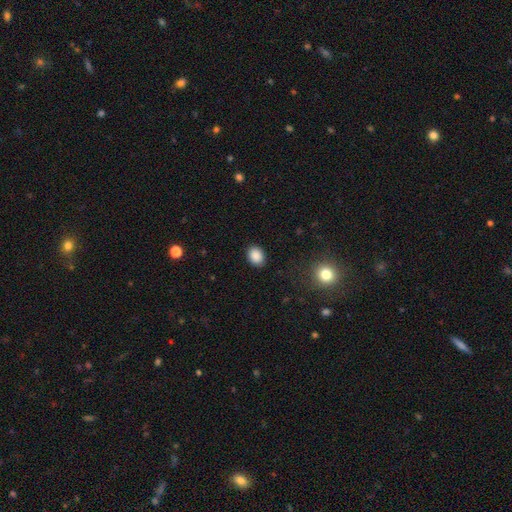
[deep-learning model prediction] A smooth galaxy with no disk features (88%) that is in between round and cigar-shaped (66%).

Vote fractions:
- Smooth or featured? smooth: 88% / star or artifact: 9% / featured or disk: 3%
- How rounded? in between: 66% / round: 33% / cigar-shaped: 1%
- Merging? none: 89% / minor disturbance: 8% / major disturbance: 2% / merger: 1%